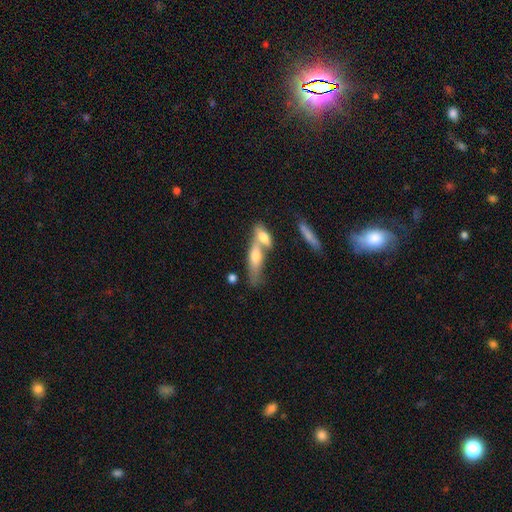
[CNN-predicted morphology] Smooth or featured? Predicted: smooth (p=0.47). Merging? Predicted: merger (p=0.49).